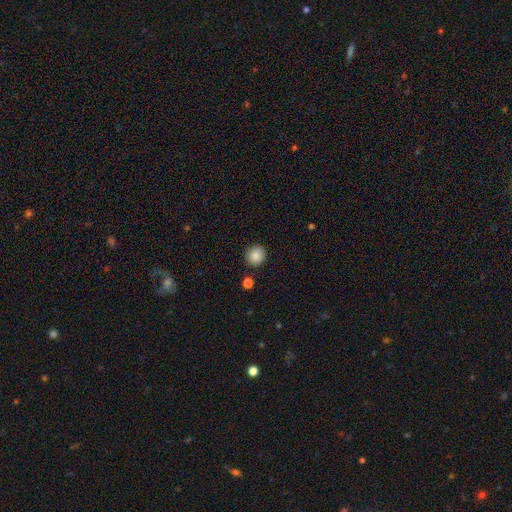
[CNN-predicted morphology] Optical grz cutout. It shows a smooth galaxy with no disk features (87%) that is round (91%). Merging: none (88%).